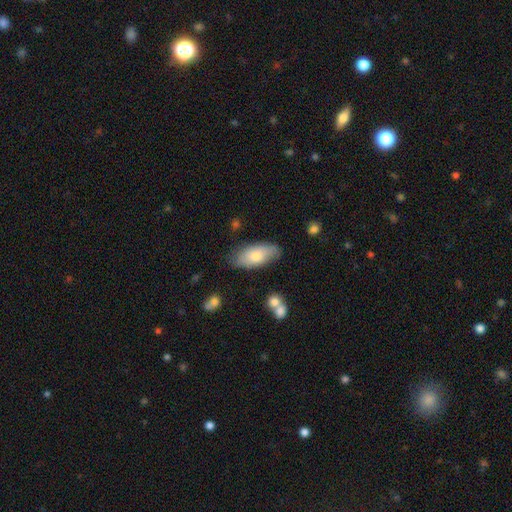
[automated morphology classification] Smooth or featured: smooth — 74% (featured or disk — 20%)
How rounded: in between — 87% (cigar-shaped — 10%)
Merging: none — 74% (minor disturbance — 19%)